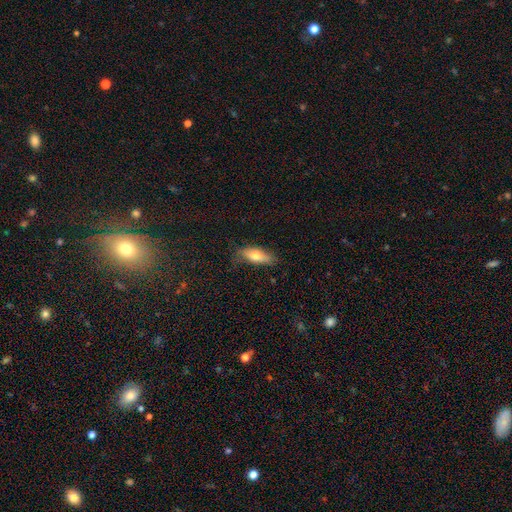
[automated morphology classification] Smooth or featured? smooth (71%)
How rounded? in between (71%)
Merging? none (69%)